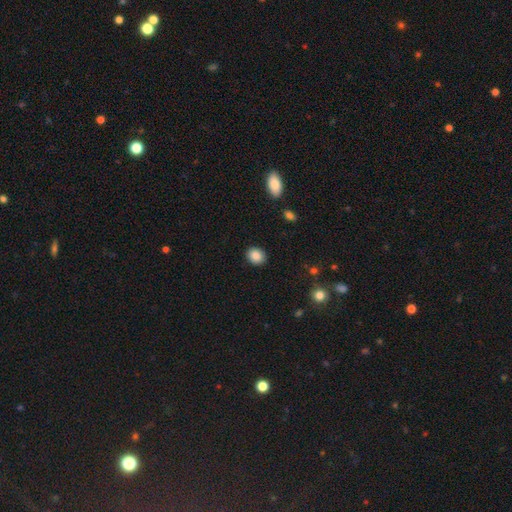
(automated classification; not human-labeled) This appears to be a smooth galaxy with no disk features (88%) that is round (62%). Merging: none (90%).